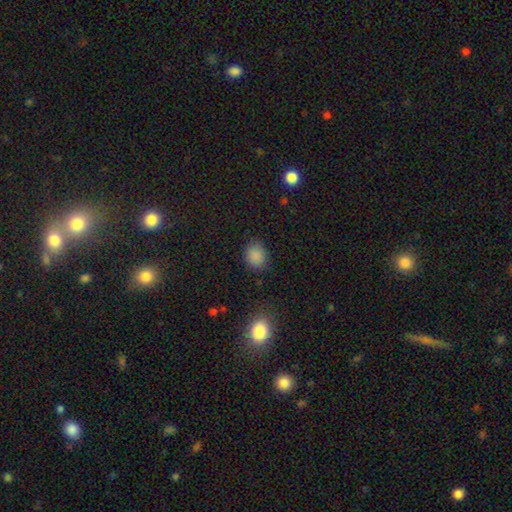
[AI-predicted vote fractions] This appears to be a smooth galaxy with no disk features (85%) that is round (57%). Merging: none (83%).